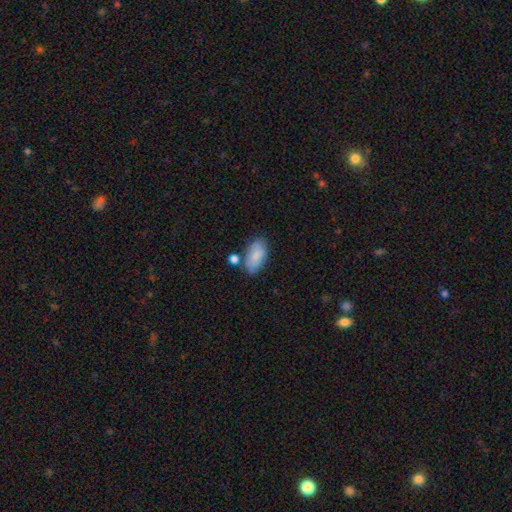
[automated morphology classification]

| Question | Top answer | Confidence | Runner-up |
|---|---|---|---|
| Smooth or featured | smooth | 83% | featured or disk (10%) |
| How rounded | in between | 93% | round (4%) |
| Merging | none | 65% | minor disturbance (18%) |